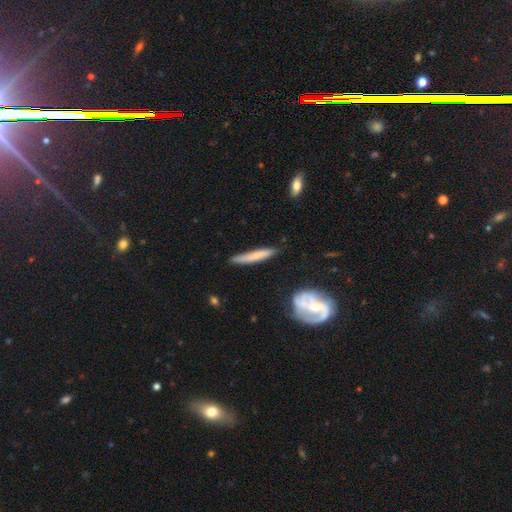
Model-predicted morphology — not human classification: smooth-or-featured: smooth: 64% | featured or disk: 31% | star or artifact: 6%
  how-rounded: cigar-shaped: 94% | in between: 4% | round: 2%
  merging: none: 79% | minor disturbance: 16% | major disturbance: 3% | merger: 2%